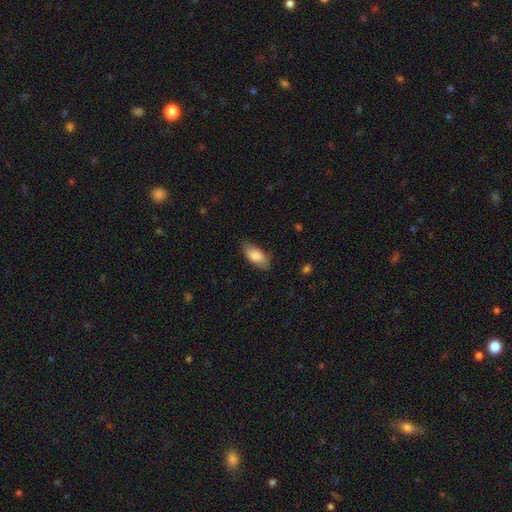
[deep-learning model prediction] Q: Smooth or featured?
A: smooth (86%); runner-up: featured or disk (8%)
Q: How rounded?
A: in between (87%); runner-up: cigar-shaped (10%)
Q: Merging?
A: none (78%); runner-up: minor disturbance (17%)